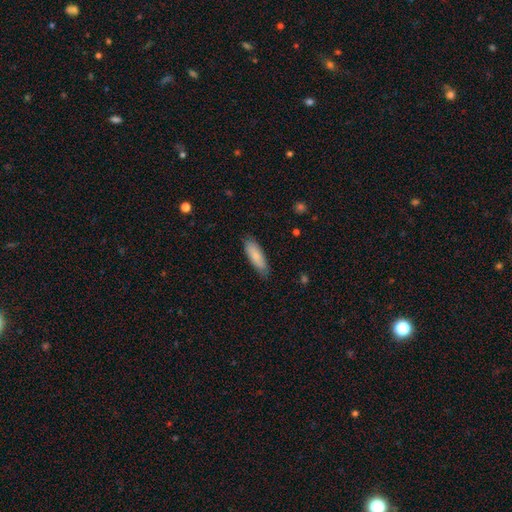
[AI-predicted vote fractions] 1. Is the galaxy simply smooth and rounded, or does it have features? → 82% smooth, 12% featured or disk, 6% star or artifact.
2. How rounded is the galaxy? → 57% in between, 42% cigar-shaped, 2% round.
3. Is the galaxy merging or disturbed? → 84% none, 13% minor disturbance, 2% major disturbance, 1% merger.